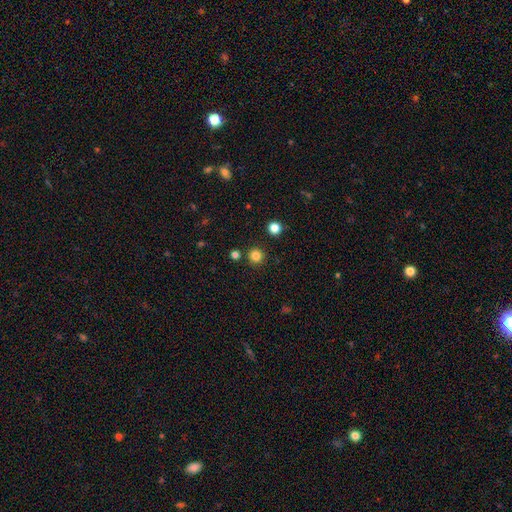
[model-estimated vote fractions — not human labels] Overall: smooth (82%). How rounded: round (95%). Merging: none (89%).